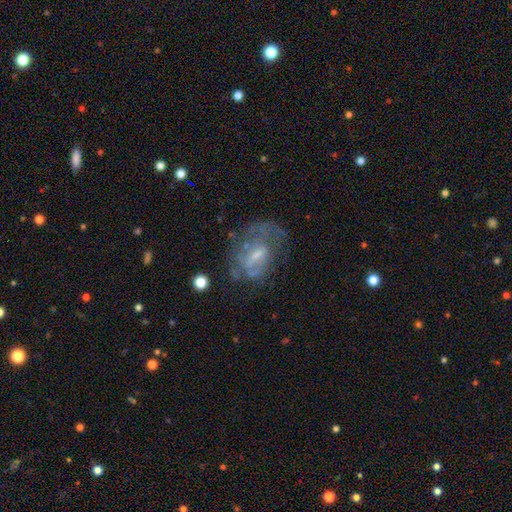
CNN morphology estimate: This is likely a featured or disk galaxy (63%). It is clearly not viewed edge-on (95%). Bar: possibly weak (47%). Spiral arm pattern: possibly no (51%). Central bulge: possibly small (45%). Merging: marginally none (43%).